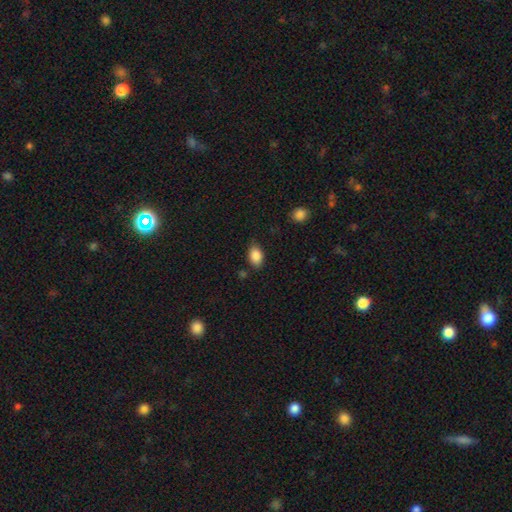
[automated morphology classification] Smooth or featured: smooth — 87% (star or artifact — 8%)
How rounded: in between — 85% (round — 14%)
Merging: none — 78% (minor disturbance — 16%)